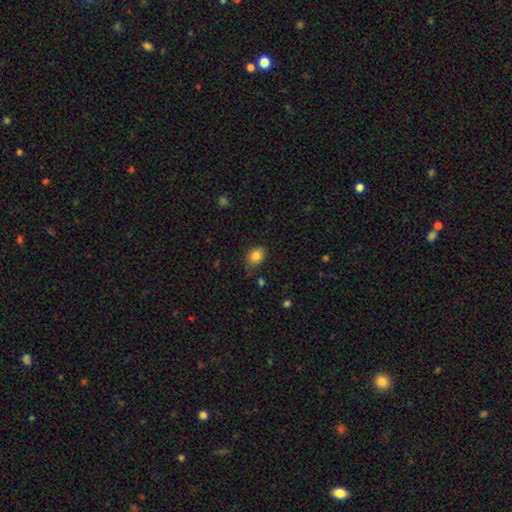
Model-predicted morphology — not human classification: Overall: smooth (84%). How rounded: in between (67%; round 32%). Merging: none (71%).